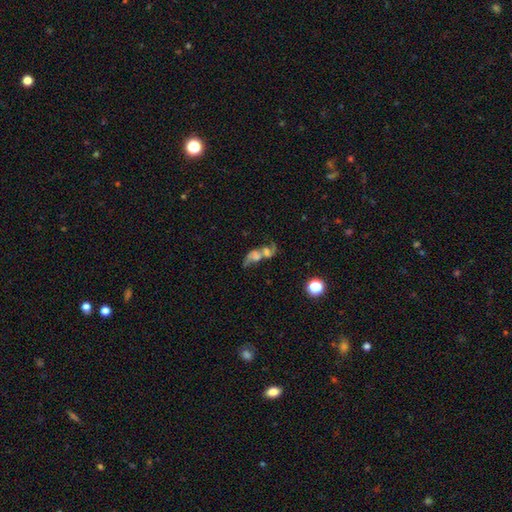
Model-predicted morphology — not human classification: A featured or disk galaxy (53%).

Vote fractions:
- Smooth or featured? featured or disk: 53% / smooth: 31% / star or artifact: 16%
- Edge-on disk? no: 93% / yes: 7%
- Merging? merger: 61% / none: 19% / major disturbance: 13% / minor disturbance: 8%